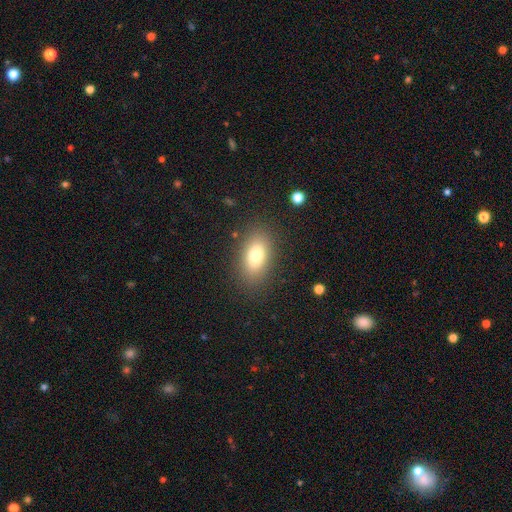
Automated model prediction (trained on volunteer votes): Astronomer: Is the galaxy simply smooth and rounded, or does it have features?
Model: smooth — 77%.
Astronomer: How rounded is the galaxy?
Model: in between — 88%.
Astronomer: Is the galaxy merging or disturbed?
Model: none — 86%.